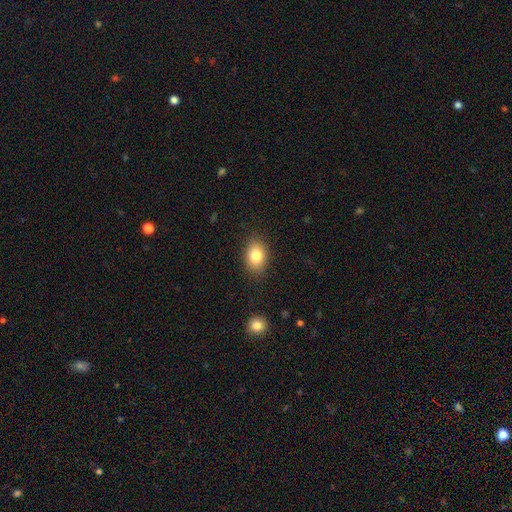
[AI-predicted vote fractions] Overall: smooth (82%). How rounded: in between (79%). Merging: none (86%).